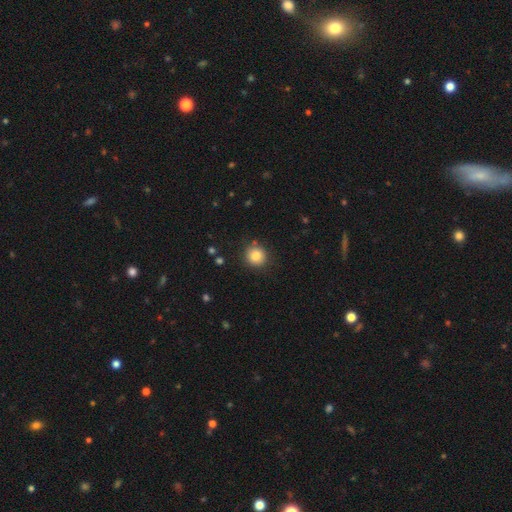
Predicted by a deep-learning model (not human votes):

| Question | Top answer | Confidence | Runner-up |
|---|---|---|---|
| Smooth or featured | smooth | 84% | star or artifact (10%) |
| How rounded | round | 91% | in between (8%) |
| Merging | none | 87% | minor disturbance (8%) |